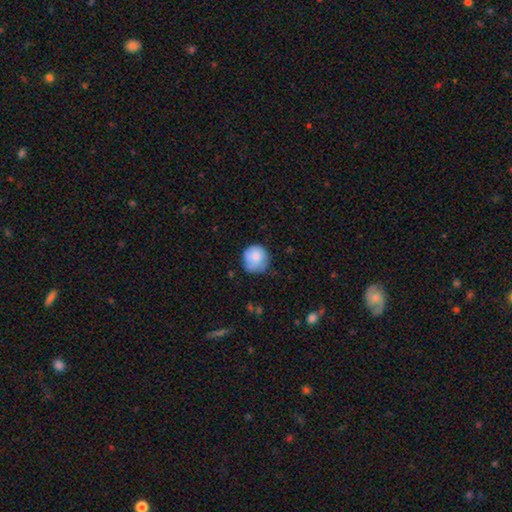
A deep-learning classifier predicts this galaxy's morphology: Overall: smooth (78%). How rounded: round (90%). Merging: none (64%; minor disturbance 27%).